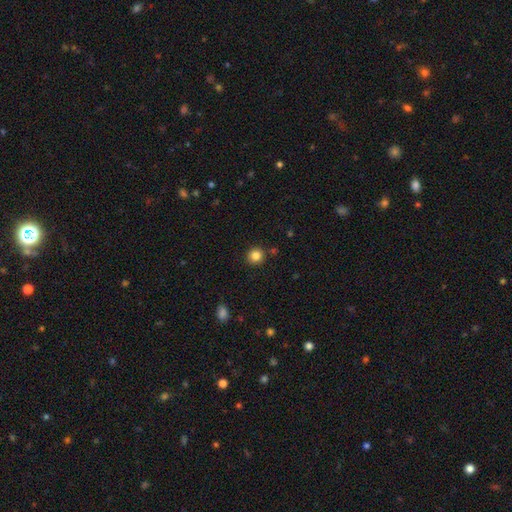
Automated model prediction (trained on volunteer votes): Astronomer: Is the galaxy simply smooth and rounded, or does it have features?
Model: smooth — 84%.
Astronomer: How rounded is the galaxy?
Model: round — 90%.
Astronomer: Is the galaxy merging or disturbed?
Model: none — 87%.